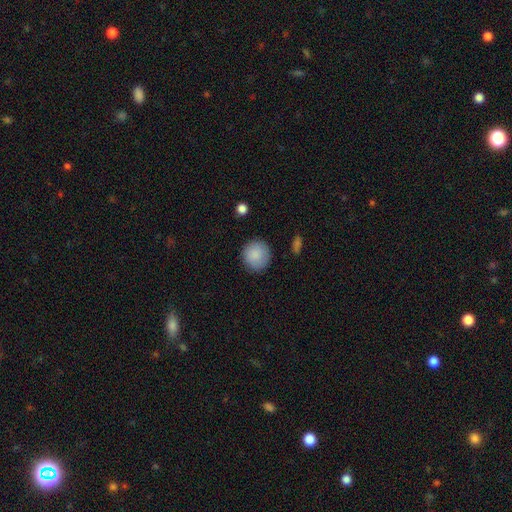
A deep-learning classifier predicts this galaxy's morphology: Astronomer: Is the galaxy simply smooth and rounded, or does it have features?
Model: smooth — 88%.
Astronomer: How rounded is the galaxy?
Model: round — 92%.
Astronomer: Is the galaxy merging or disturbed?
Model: none — 88%.